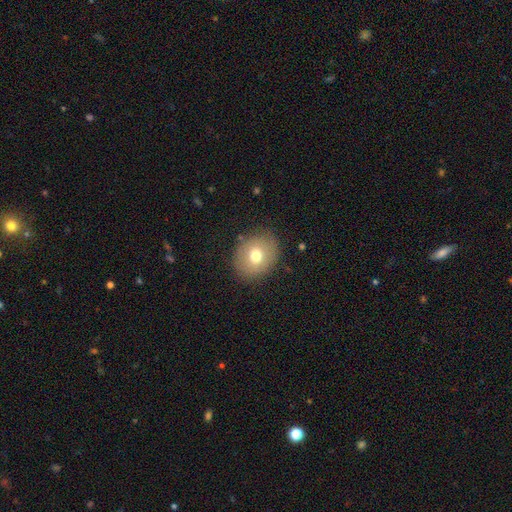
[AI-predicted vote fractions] This appears to be a smooth galaxy with no disk features (71%) that is round (59%). Merging: none (84%).